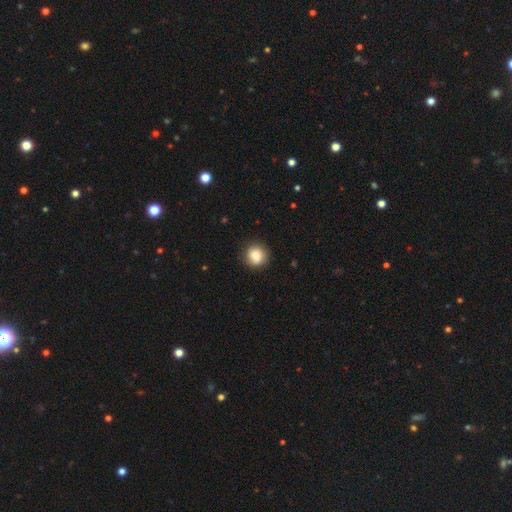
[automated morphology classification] A smooth galaxy with no disk features (82%) that is round (87%).

Vote fractions:
- Smooth or featured? smooth: 82% / featured or disk: 9% / star or artifact: 9%
- How rounded? round: 87% / in between: 12% / cigar-shaped: 1%
- Merging? none: 85% / minor disturbance: 11% / major disturbance: 3% / merger: 1%